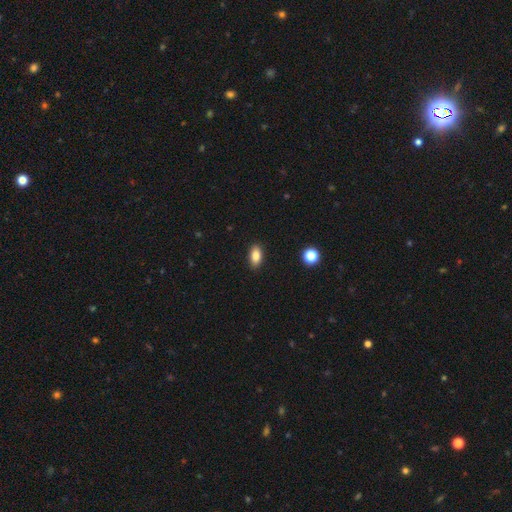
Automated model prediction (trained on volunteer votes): This is clearly a smooth galaxy (84%). How rounded: clearly in between (89%). Merging: clearly none (89%).